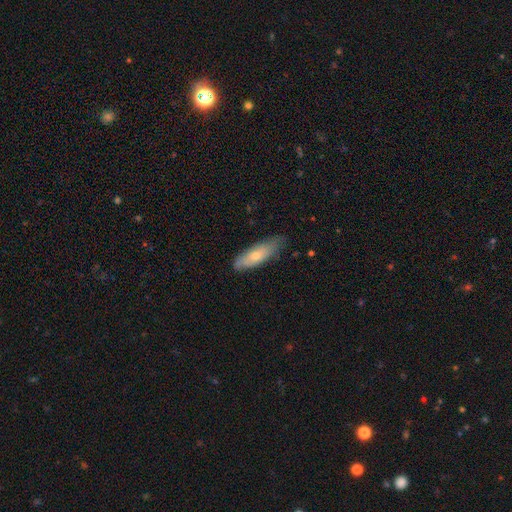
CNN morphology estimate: A smooth galaxy with no disk features (55%) that is cigar-shaped (53%).

Vote fractions:
- Smooth or featured? smooth: 55% / featured or disk: 39% / star or artifact: 6%
- How rounded? cigar-shaped: 53% / in between: 45% / round: 2%
- Merging? none: 75% / minor disturbance: 21% / major disturbance: 3% / merger: 1%